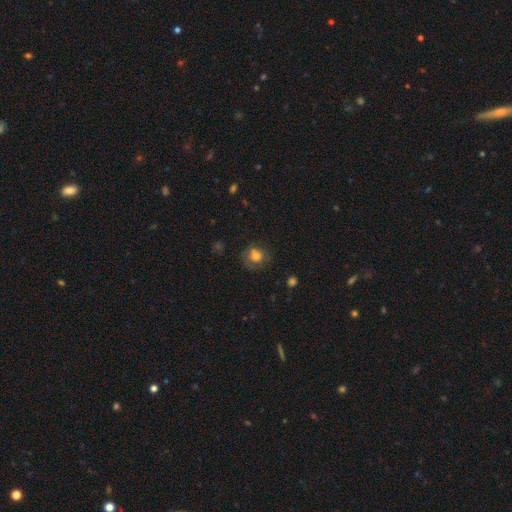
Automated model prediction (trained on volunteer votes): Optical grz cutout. It shows a smooth galaxy with no disk features (67%) that is round (78%). Merging: none (59%).